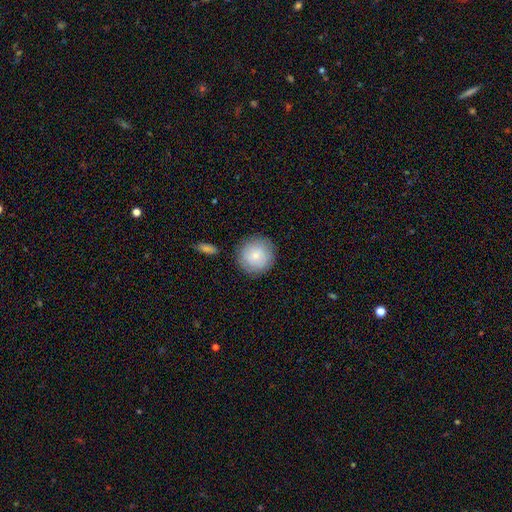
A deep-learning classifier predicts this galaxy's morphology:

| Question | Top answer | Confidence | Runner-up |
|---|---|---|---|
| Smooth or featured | smooth | 77% | featured or disk (17%) |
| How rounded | round | 93% | in between (6%) |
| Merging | none | 85% | minor disturbance (10%) |